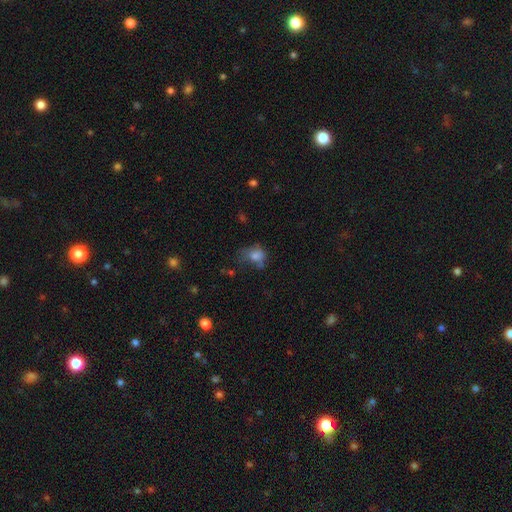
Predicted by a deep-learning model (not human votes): Smooth or featured? smooth (72%)
How rounded? in between (50%)
Merging? none (37%)